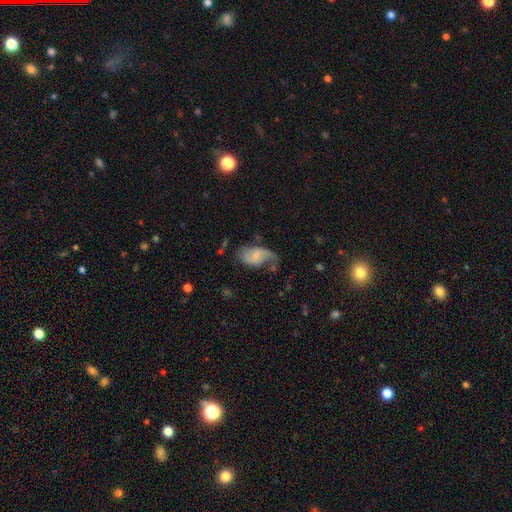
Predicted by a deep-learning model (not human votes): This is possibly a smooth galaxy (47%). Merging: marginally none (39%).